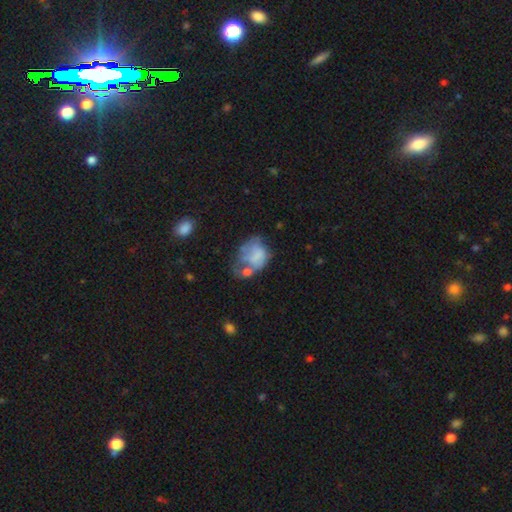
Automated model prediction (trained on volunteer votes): Smooth or featured?
  - smooth: 51% *
  - featured or disk: 39%
  - star or artifact: 10%
How rounded?
  - in between: 62% *
  - round: 37%
  - cigar-shaped: 1%
Merging?
  - major disturbance: 33% *
  - none: 24%
  - minor disturbance: 23%
  - merger: 20%